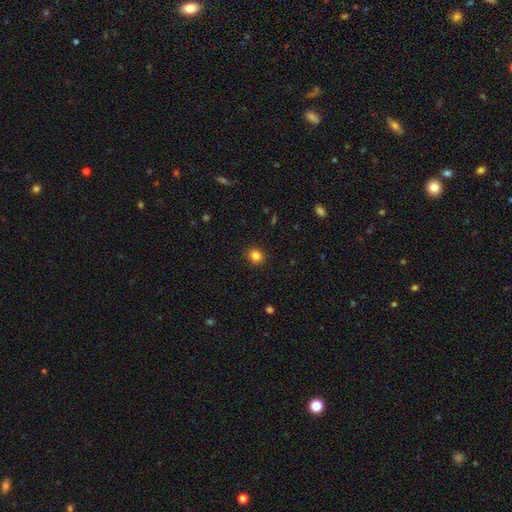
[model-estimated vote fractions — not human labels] This is clearly a smooth galaxy (83%). How rounded: clearly round (86%). Merging: clearly none (91%).